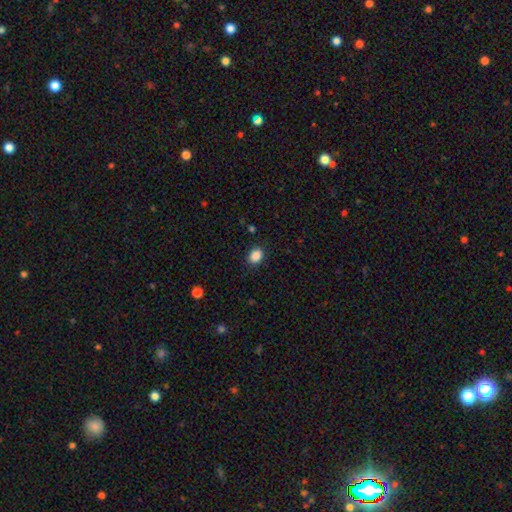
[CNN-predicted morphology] Smooth or featured: smooth — 88% (star or artifact — 9%)
How rounded: in between — 62% (round — 37%)
Merging: none — 86% (minor disturbance — 10%)